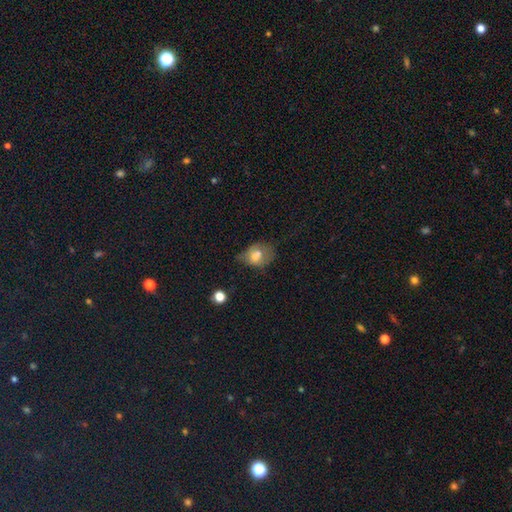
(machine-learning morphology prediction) A smooth galaxy with no disk features (63%) that is in between round and cigar-shaped (67%). Merging: none (39%).